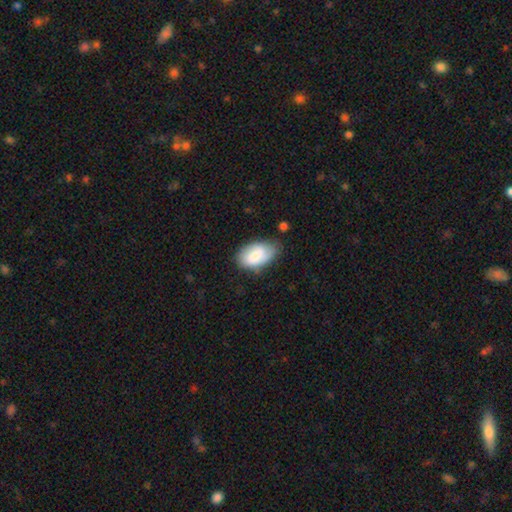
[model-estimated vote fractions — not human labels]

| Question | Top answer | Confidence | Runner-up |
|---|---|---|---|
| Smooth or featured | smooth | 73% | featured or disk (21%) |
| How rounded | in between | 93% | round (5%) |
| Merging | none | 62% | minor disturbance (29%) |